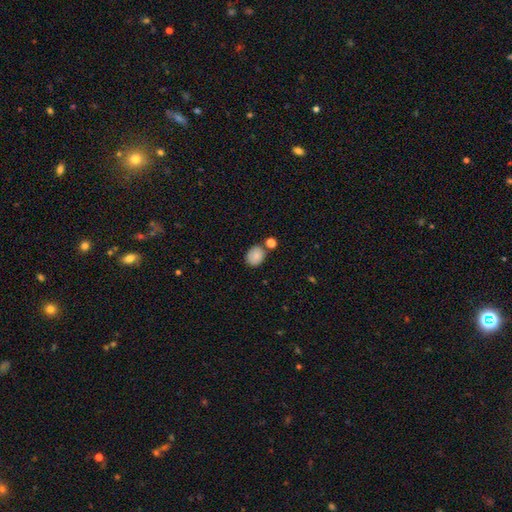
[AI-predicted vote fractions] Morphology: type=smooth (85%); roundness=in between (55%); merging=none (72%).